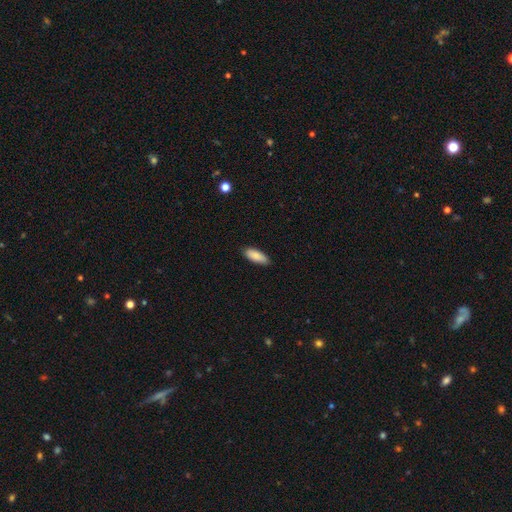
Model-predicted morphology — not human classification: A smooth galaxy with no disk features (88%) that is in between round and cigar-shaped (78%).

Vote fractions:
- Smooth or featured? smooth: 88% / featured or disk: 6% / star or artifact: 6%
- How rounded? in between: 78% / cigar-shaped: 20% / round: 2%
- Merging? none: 88% / minor disturbance: 10% / major disturbance: 2% / merger: 1%